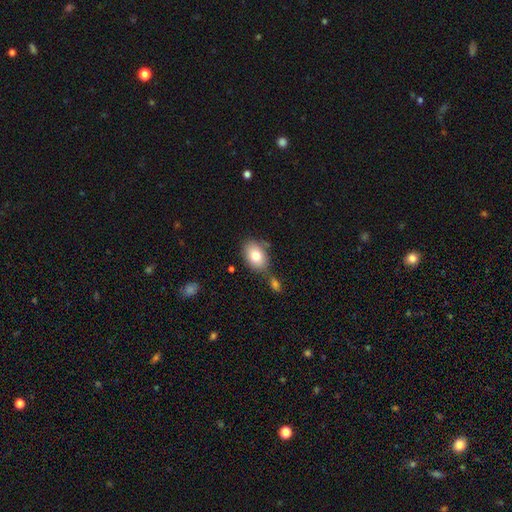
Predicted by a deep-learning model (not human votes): smooth 79%, featured or disk 13%, star or artifact 8%. Down the decision tree: how rounded — in between (79%); merging — none (63%).